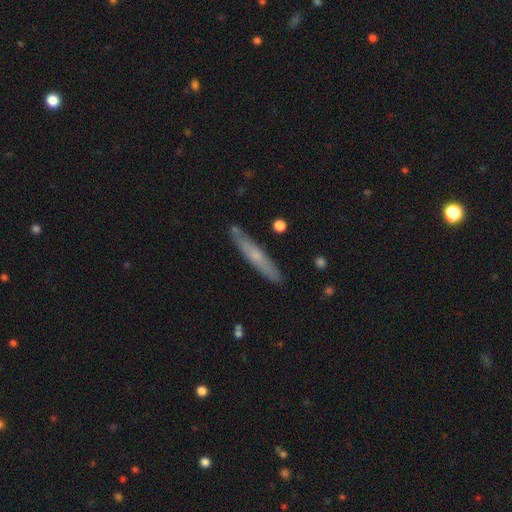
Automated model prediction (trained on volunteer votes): This appears to be a smooth galaxy with no disk features (53%) that is cigar-shaped (93%). Merging: none (86%).